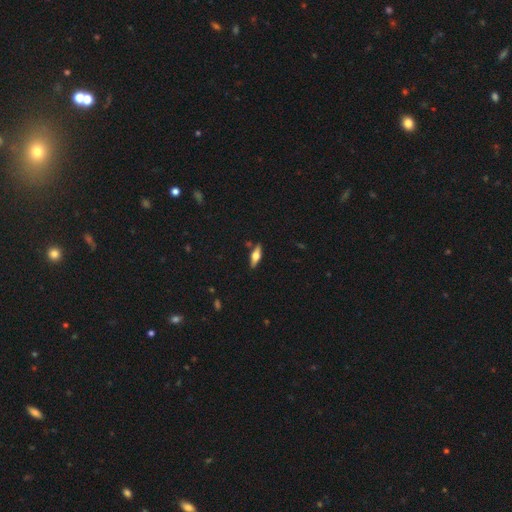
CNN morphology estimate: This appears to be a featured or disk galaxy (54%) viewed edge-on (93%) with a rounded central bulge (92%). Merging: none (85%).